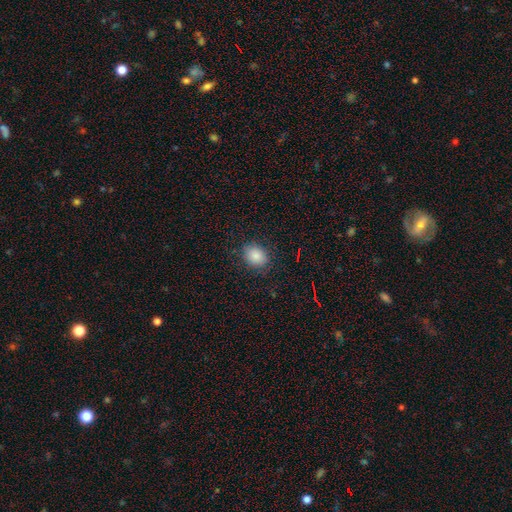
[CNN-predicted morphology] A smooth galaxy with no disk features (85%) that is in between round and cigar-shaped (54%). Merging: none (84%).